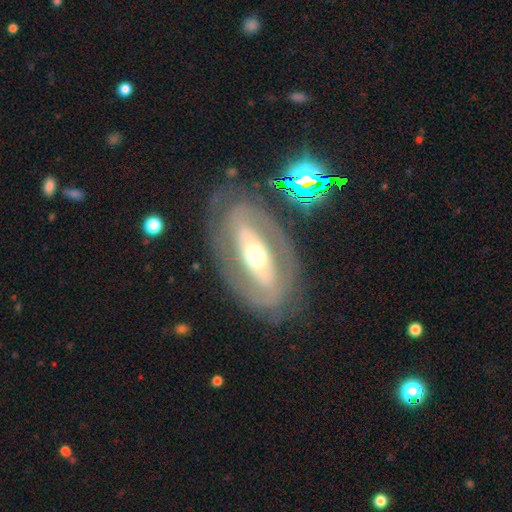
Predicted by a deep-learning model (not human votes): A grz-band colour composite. It shows a featured or disk galaxy (77%) with a strong bar (44%), no spiral arms (50%, tied with yes) and a moderate central bulge (67%). Merging: none (77%).